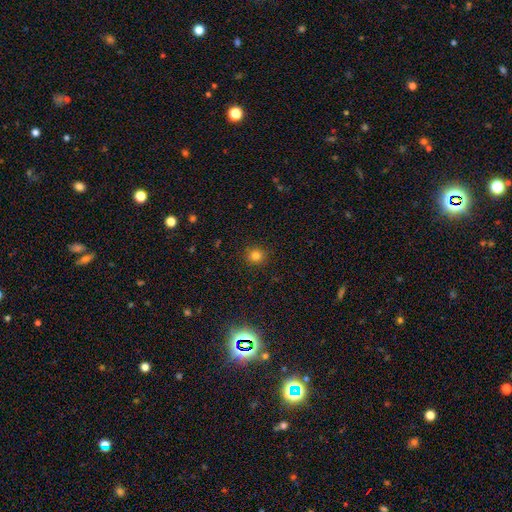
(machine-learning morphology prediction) smooth_or_featured: smooth (p=0.80) [alt: star or artifact p=0.15]
how_rounded: round (p=0.91) [alt: in between p=0.08]
merging: none (p=0.90) [alt: minor disturbance p=0.07]